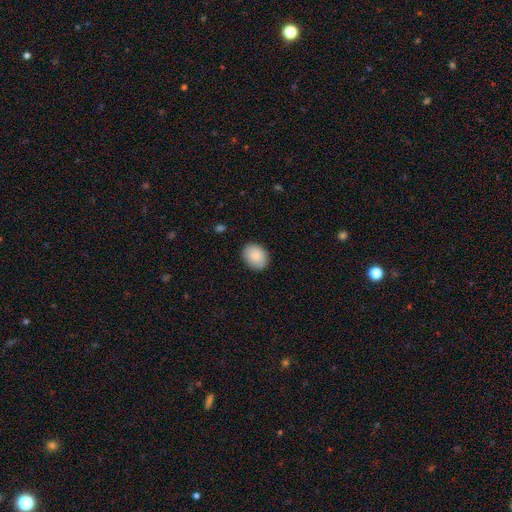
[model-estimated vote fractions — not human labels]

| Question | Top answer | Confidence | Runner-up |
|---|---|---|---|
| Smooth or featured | smooth | 88% | star or artifact (7%) |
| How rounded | in between | 58% | round (41%) |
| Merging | none | 88% | minor disturbance (9%) |